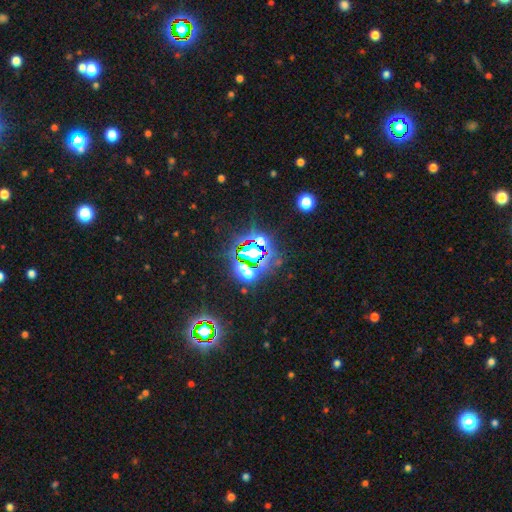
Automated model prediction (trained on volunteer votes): A star or artifact, not a galaxy (74%).